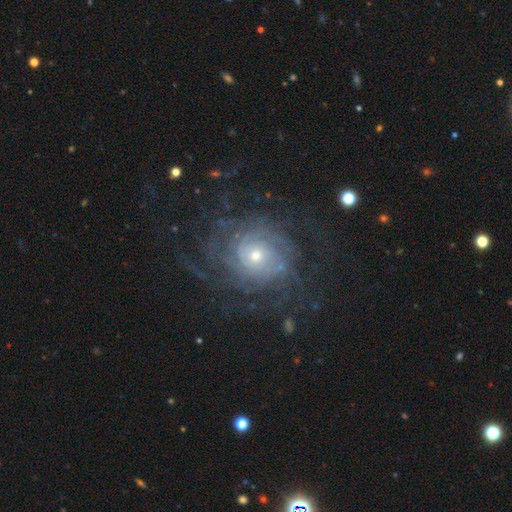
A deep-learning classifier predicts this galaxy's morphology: smooth_or_featured: featured or disk (p=0.80) [alt: smooth p=0.10]
disk_edge_on: no (p=0.97) [alt: yes p=0.03]
bar: no (p=0.78) [alt: weak p=0.17]
has_spiral_arms: yes (p=0.92) [alt: no p=0.08]
spiral_winding: tight (p=0.69) [alt: medium p=0.22]
spiral_arm_count: can't tell (p=0.44) [alt: more than 4 p=0.15]
bulge_size: small (p=0.61) [alt: moderate p=0.32]
merging: none (p=0.74) [alt: minor disturbance p=0.13]